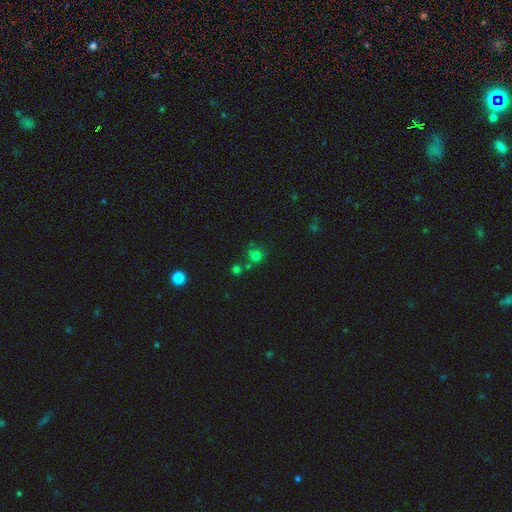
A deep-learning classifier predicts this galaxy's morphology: smooth 69%, star or artifact 22%, featured or disk 9%. Down the decision tree: how rounded — round (88%); merging — none (63%).